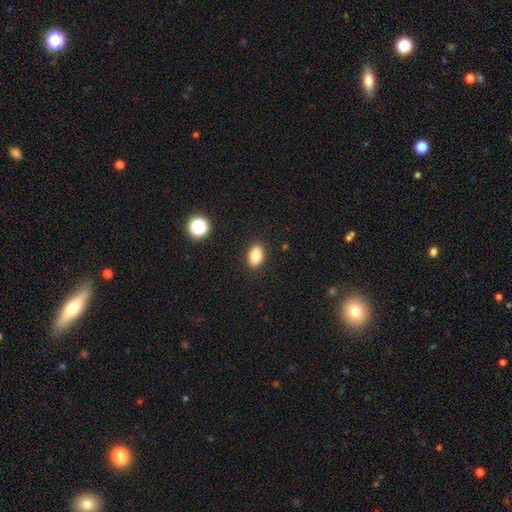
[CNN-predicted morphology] This is clearly a smooth galaxy (85%). How rounded: clearly in between (86%). Merging: clearly none (89%).